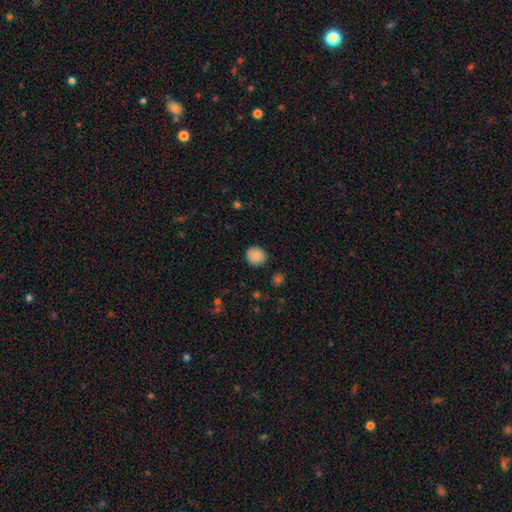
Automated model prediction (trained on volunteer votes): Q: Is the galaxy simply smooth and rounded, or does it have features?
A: smooth — 87%.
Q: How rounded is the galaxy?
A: round — 87%.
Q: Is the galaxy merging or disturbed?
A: none — 87%.